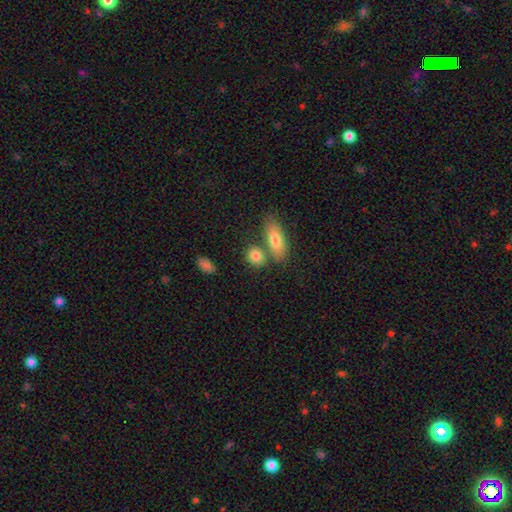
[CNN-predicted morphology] A smooth galaxy with no disk features (83%) that is in between round and cigar-shaped (50%).

Vote fractions:
- Smooth or featured? smooth: 83% / featured or disk: 9% / star or artifact: 8%
- How rounded? in between: 50% / round: 44% / cigar-shaped: 5%
- Merging? none: 60% / merger: 25% / minor disturbance: 11% / major disturbance: 4%